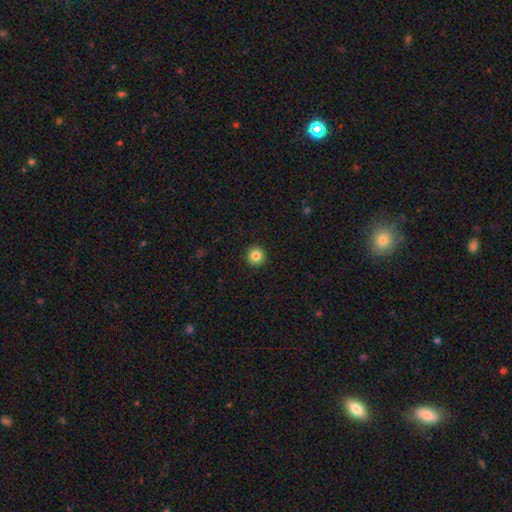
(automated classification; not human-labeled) Smooth or featured? Predicted: smooth (p=0.84). How rounded? Predicted: round (p=0.96). Merging? Predicted: none (p=0.94).